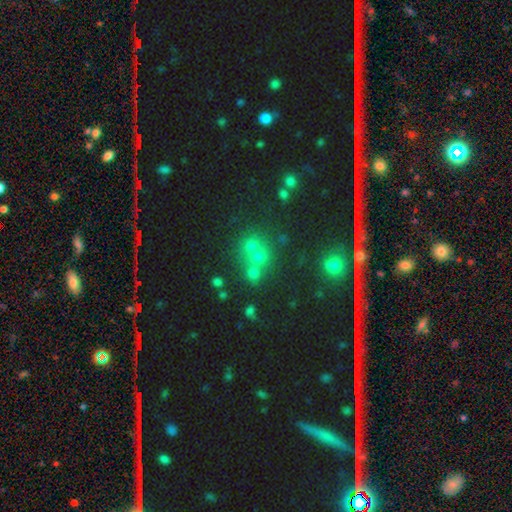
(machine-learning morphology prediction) The model was most divided on "smooth or featured": star or artifact: 43%, smooth: 41%, featured or disk: 16%.